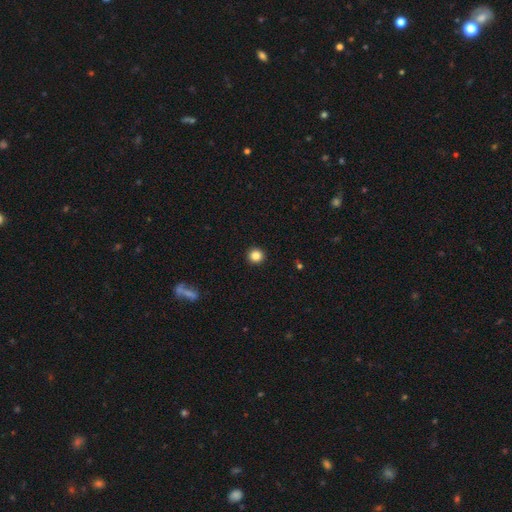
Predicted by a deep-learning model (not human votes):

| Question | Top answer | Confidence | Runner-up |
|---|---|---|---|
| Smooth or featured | smooth | 85% | star or artifact (11%) |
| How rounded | round | 95% | in between (4%) |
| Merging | none | 93% | minor disturbance (4%) |